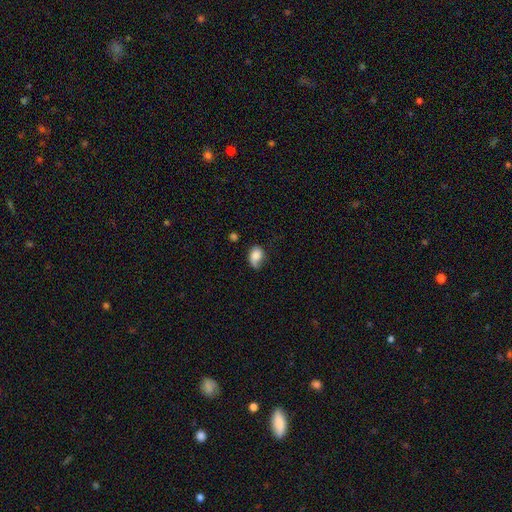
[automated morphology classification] A smooth galaxy with no disk features (72%) that is in between round and cigar-shaped (74%). Merging: none (42%).